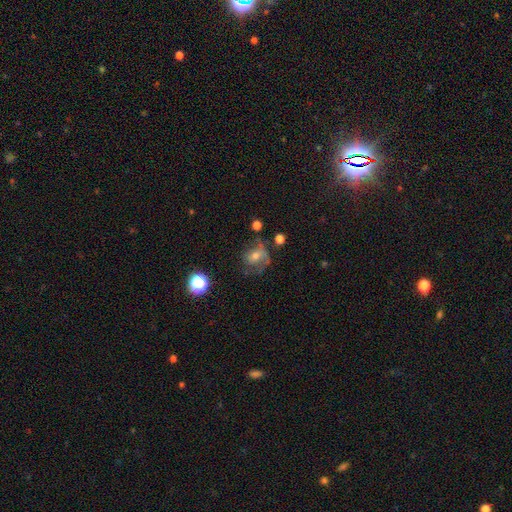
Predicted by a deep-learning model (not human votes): A featured or disk galaxy (47%).

Vote fractions:
- Smooth or featured? featured or disk: 47% / smooth: 41% / star or artifact: 13%
- Merging? none: 43% / major disturbance: 29% / minor disturbance: 24% / merger: 4%